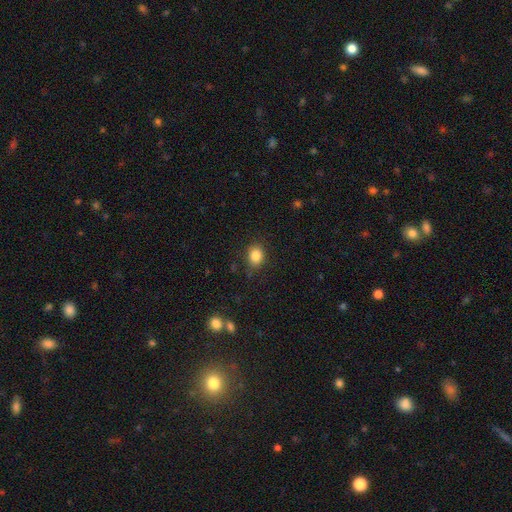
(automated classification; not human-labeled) Overall: smooth (84%). How rounded: round (57%; in between 42%). Merging: none (80%).